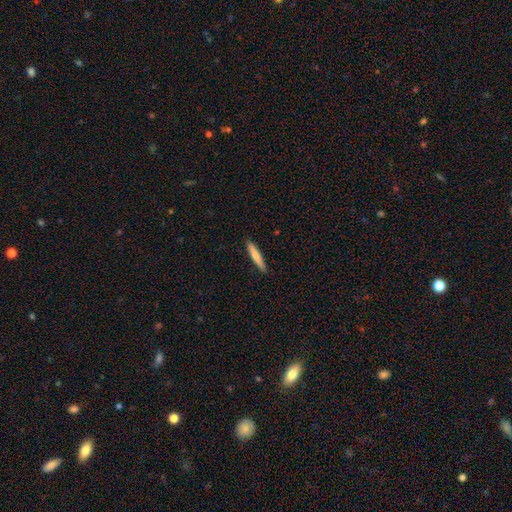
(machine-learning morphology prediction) A smooth galaxy with no disk features (69%) that is cigar-shaped (92%). Merging: none (91%).